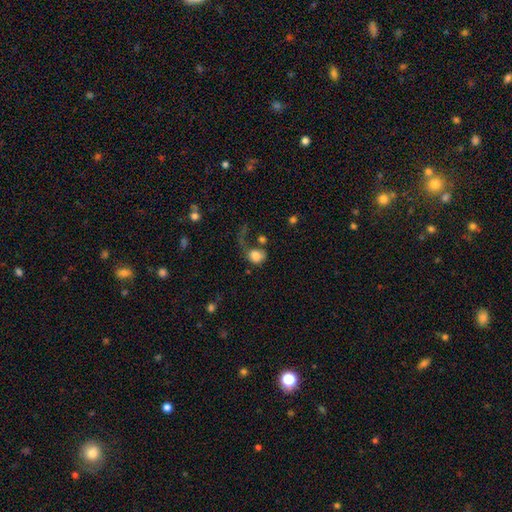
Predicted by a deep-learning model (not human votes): A smooth galaxy with no disk features (75%) that is round (56%). Merging: major disturbance (43%).